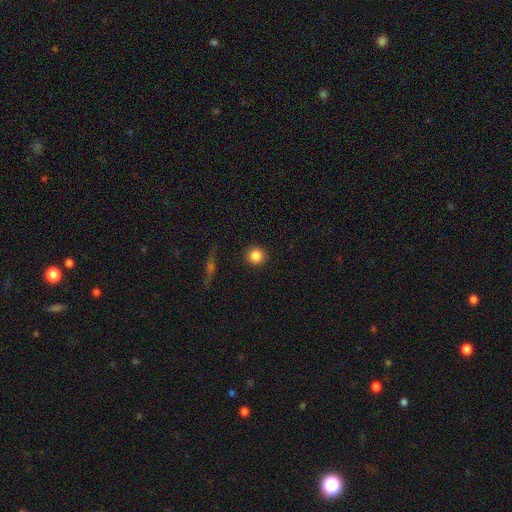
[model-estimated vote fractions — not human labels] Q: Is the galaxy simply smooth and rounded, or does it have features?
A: smooth — 85%.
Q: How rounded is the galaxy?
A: round — 95%.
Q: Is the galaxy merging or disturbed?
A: none — 92%.